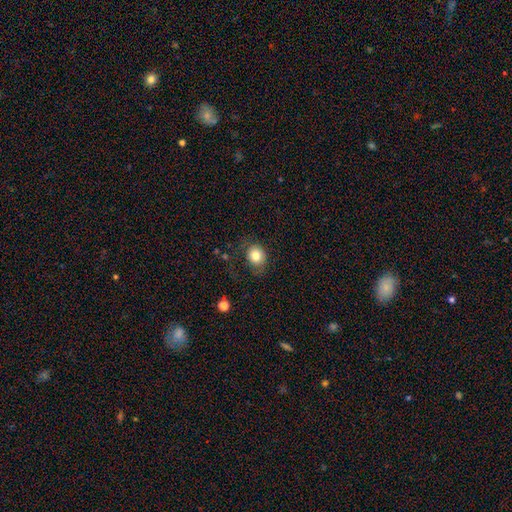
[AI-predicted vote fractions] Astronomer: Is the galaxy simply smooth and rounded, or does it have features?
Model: smooth — 80%.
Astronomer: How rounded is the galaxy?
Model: round — 67%.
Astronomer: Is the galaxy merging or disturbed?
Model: none — 66%.